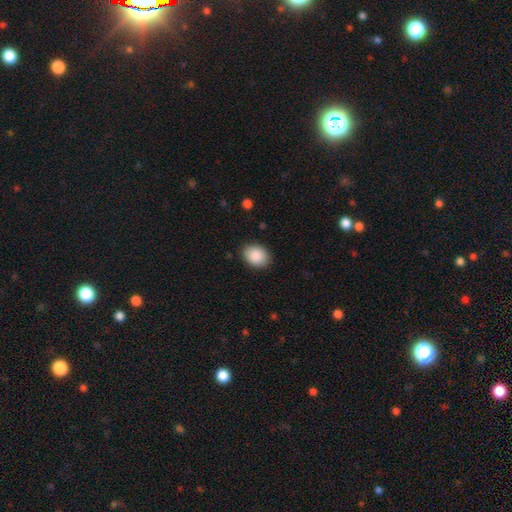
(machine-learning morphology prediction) This is clearly a smooth galaxy (89%). How rounded: possibly in between (59%). Merging: clearly none (87%).